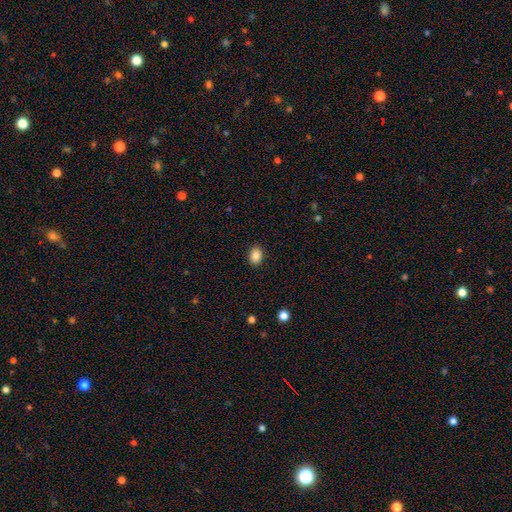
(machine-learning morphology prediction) A smooth galaxy with no disk features (86%) that is in between round and cigar-shaped (65%).

Vote fractions:
- Smooth or featured? smooth: 86% / star or artifact: 9% / featured or disk: 5%
- How rounded? in between: 65% / round: 34% / cigar-shaped: 1%
- Merging? none: 88% / minor disturbance: 9% / major disturbance: 2% / merger: 1%